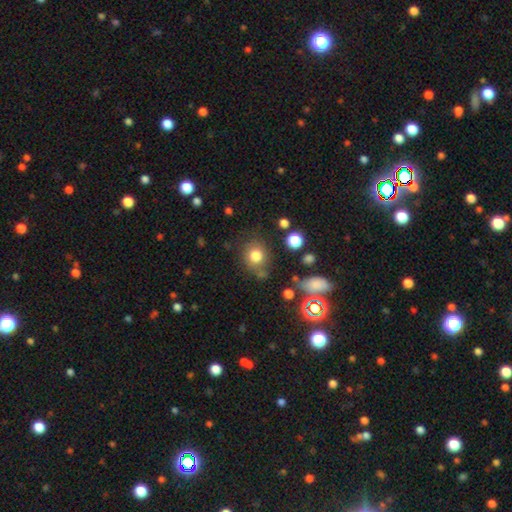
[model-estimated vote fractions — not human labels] smooth_or_featured: smooth (p=0.80) [alt: star or artifact p=0.12]
how_rounded: round (p=0.77) [alt: in between p=0.22]
merging: none (p=0.72) [alt: minor disturbance p=0.15]